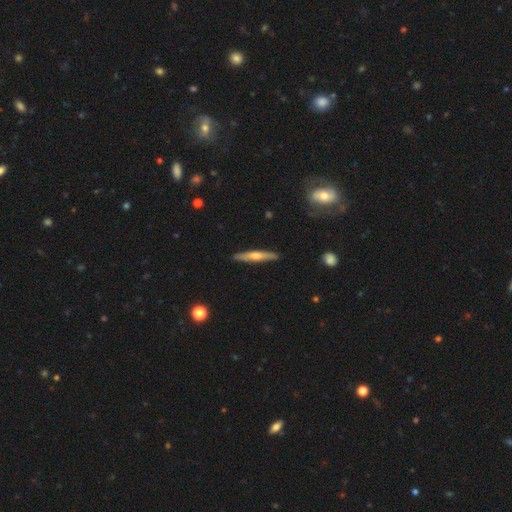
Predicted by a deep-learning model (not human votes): Smooth or featured? featured or disk (62%)
Edge-on disk? yes (96%)
Edge-on bulge? rounded (88%)
Merging? none (90%)